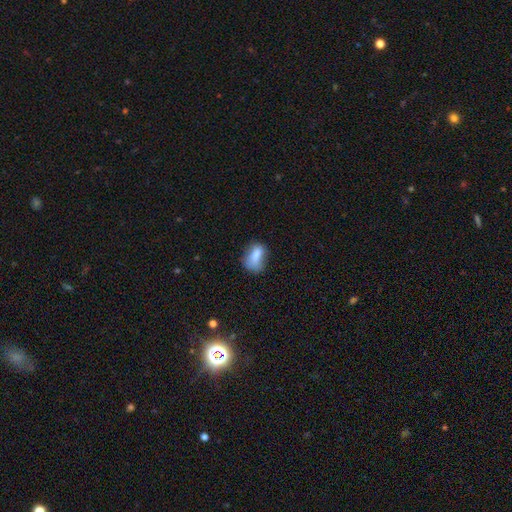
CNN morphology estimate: A smooth galaxy with no disk features (75%) that is in between round and cigar-shaped (79%).

Vote fractions:
- Smooth or featured? smooth: 75% / featured or disk: 15% / star or artifact: 10%
- How rounded? in between: 79% / round: 18% / cigar-shaped: 2%
- Merging? none: 41% / minor disturbance: 33% / major disturbance: 18% / merger: 8%